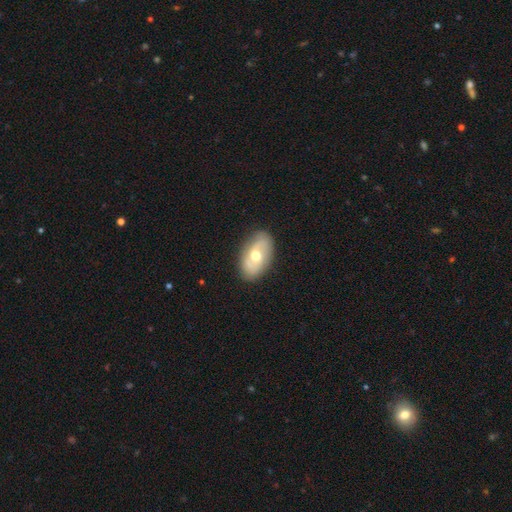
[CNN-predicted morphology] Smooth or featured?
  - smooth: 48% *
  - featured or disk: 45%
  - star or artifact: 7%
Merging?
  - none: 82% *
  - minor disturbance: 13%
  - major disturbance: 3%
  - merger: 1%